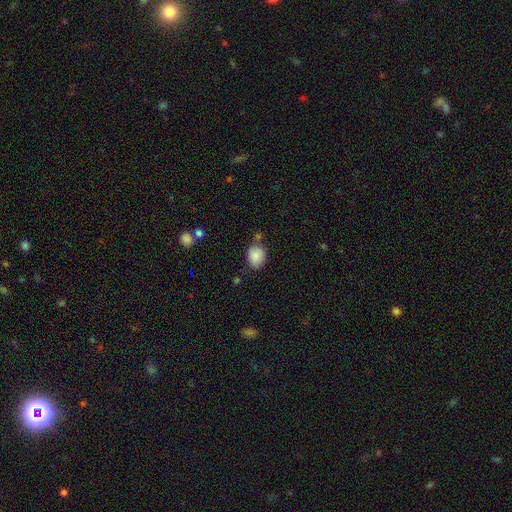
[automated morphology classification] Smooth or featured: smooth — 87% (star or artifact — 8%)
How rounded: in between — 56% (round — 43%)
Merging: none — 66% (minor disturbance — 20%)